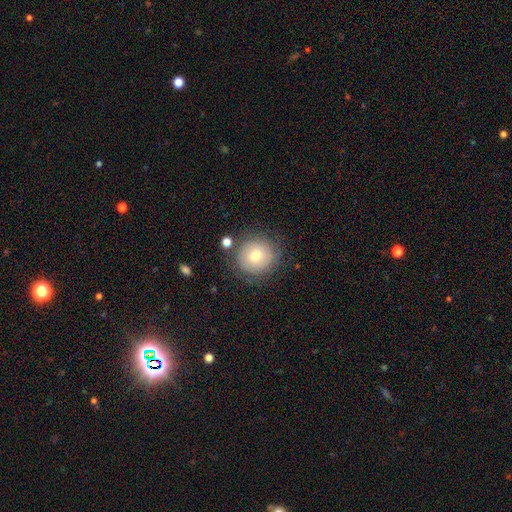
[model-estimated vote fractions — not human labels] Smooth or featured?
  - smooth: 67% *
  - featured or disk: 22%
  - star or artifact: 11%
How rounded?
  - round: 92% *
  - in between: 7%
  - cigar-shaped: 1%
Merging?
  - none: 79% *
  - minor disturbance: 12%
  - major disturbance: 5%
  - merger: 4%